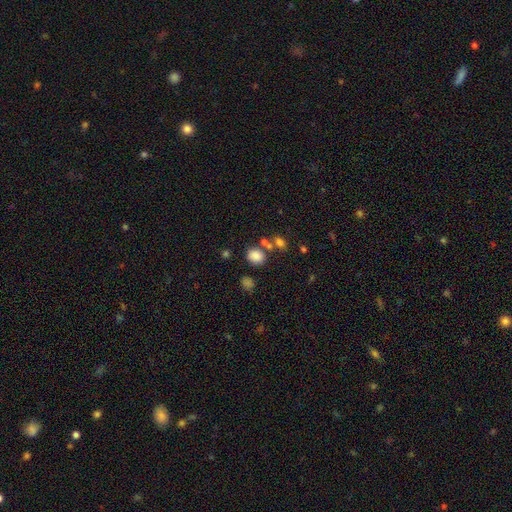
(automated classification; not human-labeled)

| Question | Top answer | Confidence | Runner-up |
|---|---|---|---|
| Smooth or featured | smooth | 81% | star or artifact (13%) |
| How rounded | round | 57% | in between (42%) |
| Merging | none | 65% | merger (18%) |